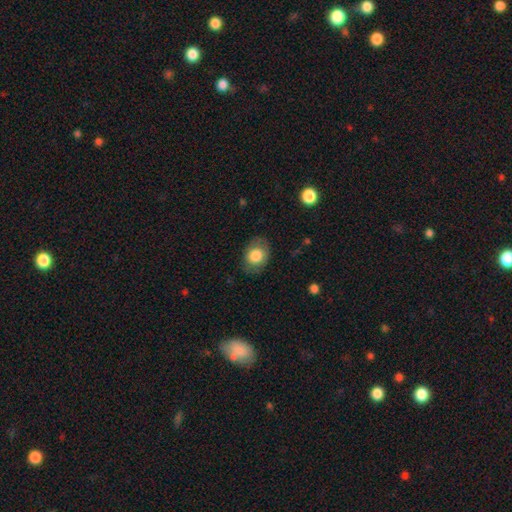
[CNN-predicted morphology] Smooth or featured? smooth (79%)
How rounded? in between (64%)
Merging? none (79%)